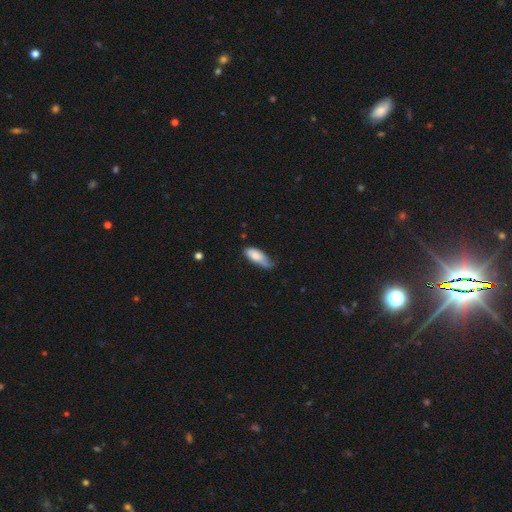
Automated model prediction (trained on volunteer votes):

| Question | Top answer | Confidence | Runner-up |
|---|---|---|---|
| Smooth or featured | smooth | 79% | featured or disk (15%) |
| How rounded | in between | 76% | cigar-shaped (22%) |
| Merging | minor disturbance | 43% | none (42%) |